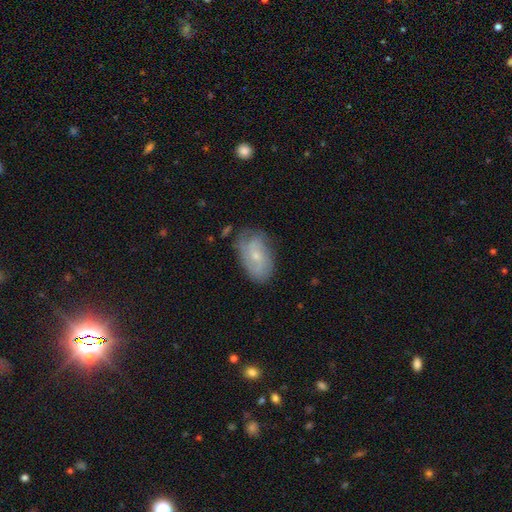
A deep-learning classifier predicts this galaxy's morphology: Smooth or featured? Predicted: featured or disk (p=0.61). Edge-on disk? Predicted: no (p=0.96). Bar? Predicted: no (p=0.69). Spiral arms? Predicted: yes (p=0.82). Bulge size? Predicted: small (p=0.70). Merging? Predicted: none (p=0.66).